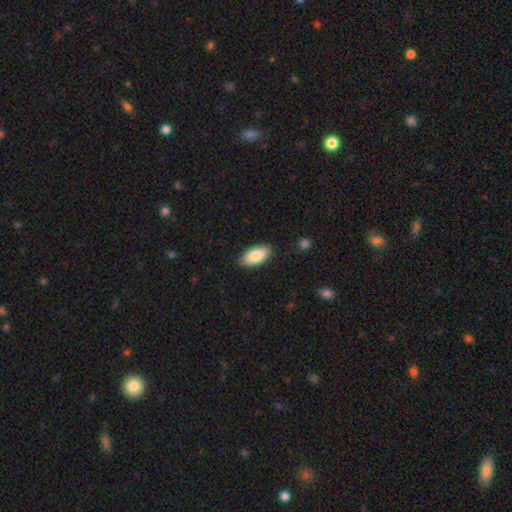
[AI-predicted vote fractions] Smooth or featured?
  - smooth: 86% *
  - featured or disk: 8%
  - star or artifact: 6%
How rounded?
  - in between: 93% *
  - cigar-shaped: 5%
  - round: 2%
Merging?
  - none: 85% *
  - minor disturbance: 11%
  - major disturbance: 2%
  - merger: 1%